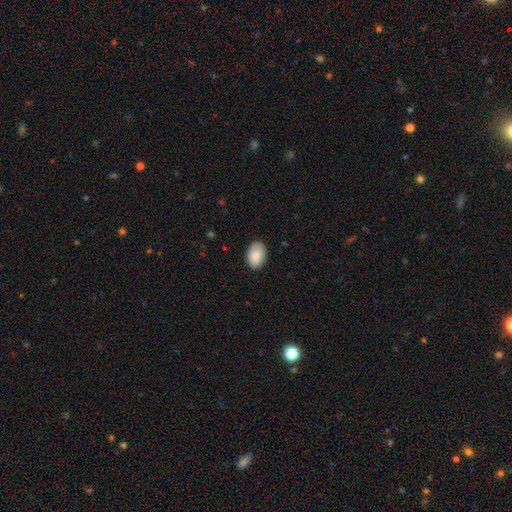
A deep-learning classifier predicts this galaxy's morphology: Smooth or featured?
  - smooth: 88% *
  - featured or disk: 6%
  - star or artifact: 6%
How rounded?
  - in between: 89% *
  - round: 10%
  - cigar-shaped: 1%
Merging?
  - none: 87% *
  - minor disturbance: 10%
  - major disturbance: 2%
  - merger: 1%